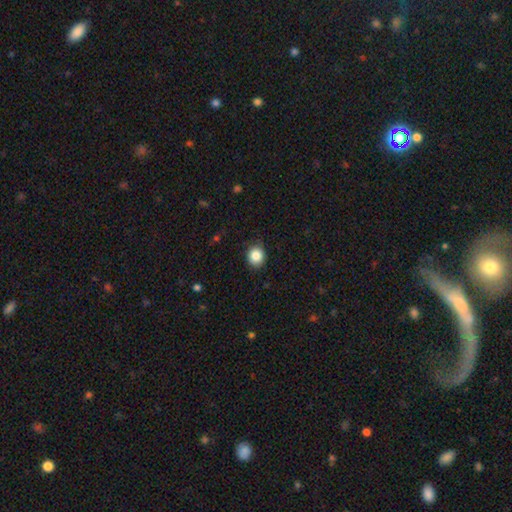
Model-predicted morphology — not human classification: Q: Smooth or featured?
A: smooth (86%); runner-up: star or artifact (10%)
Q: How rounded?
A: round (76%); runner-up: in between (23%)
Q: Merging?
A: none (84%); runner-up: minor disturbance (13%)